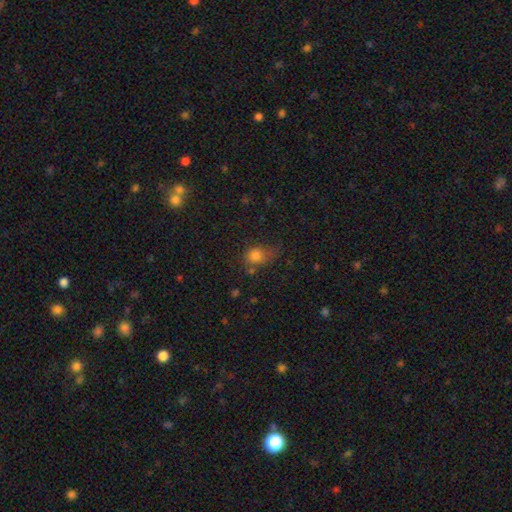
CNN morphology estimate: This is likely a smooth galaxy (79%). How rounded: likely round (61%). Merging: possibly none (45%).